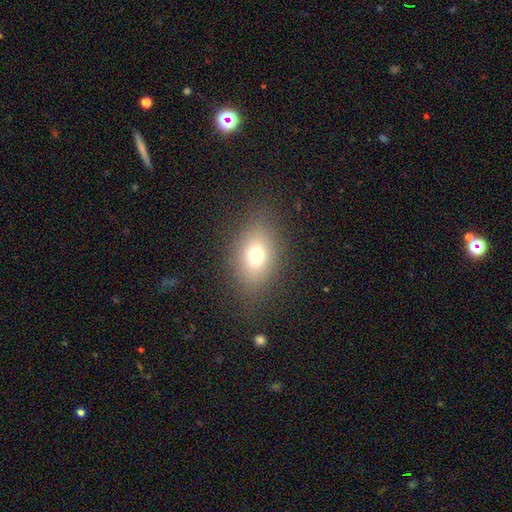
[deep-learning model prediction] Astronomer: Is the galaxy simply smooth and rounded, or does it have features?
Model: smooth — 71%.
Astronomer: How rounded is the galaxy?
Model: in between — 72%.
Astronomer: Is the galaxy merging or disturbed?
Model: none — 81%.